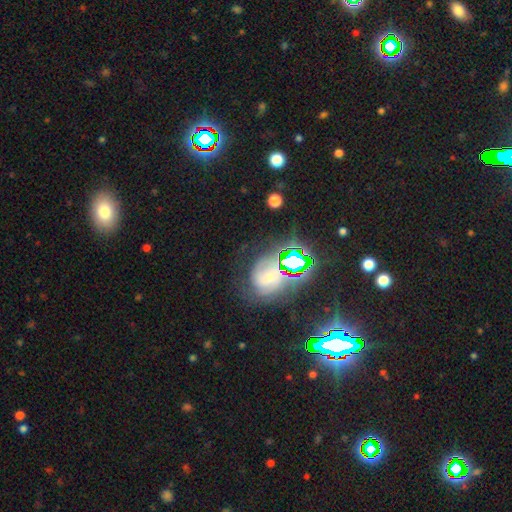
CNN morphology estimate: Smooth or featured? star or artifact (52%)